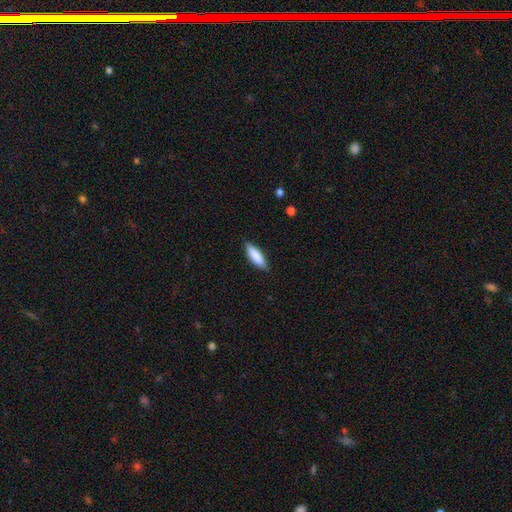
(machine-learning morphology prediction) Smooth or featured?
  - smooth: 85% *
  - featured or disk: 9%
  - star or artifact: 6%
How rounded?
  - cigar-shaped: 51% *
  - in between: 48%
  - round: 1%
Merging?
  - none: 85% *
  - minor disturbance: 11%
  - major disturbance: 2%
  - merger: 1%